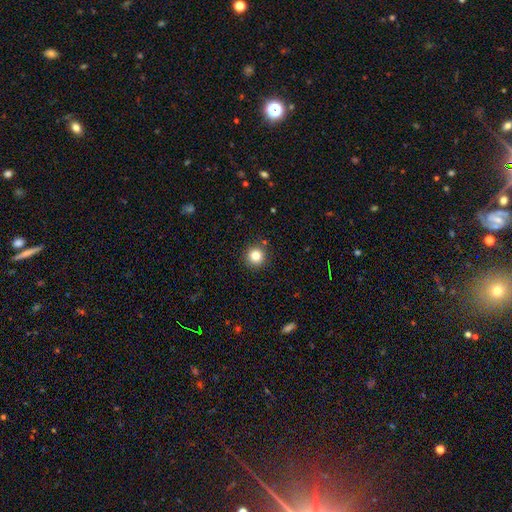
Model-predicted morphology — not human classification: Smooth or featured?
  - smooth: 83% *
  - star or artifact: 12%
  - featured or disk: 6%
How rounded?
  - round: 95% *
  - in between: 4%
  - cigar-shaped: 1%
Merging?
  - none: 91% *
  - minor disturbance: 6%
  - major disturbance: 2%
  - merger: 2%